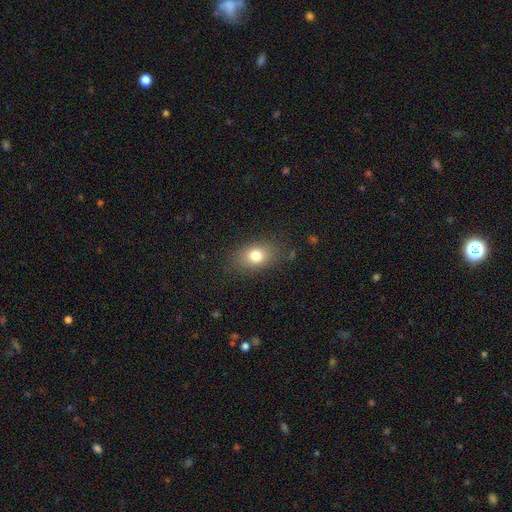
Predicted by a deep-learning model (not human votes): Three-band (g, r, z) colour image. It shows a smooth galaxy with no disk features (77%) that is in between round and cigar-shaped (74%). Merging: none (82%).